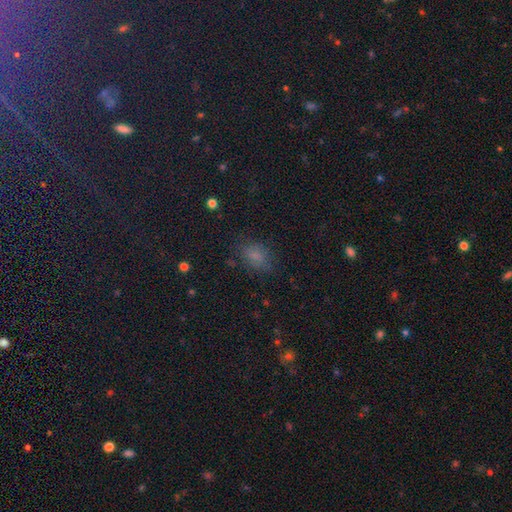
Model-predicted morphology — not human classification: Q: Smooth or featured?
A: smooth (71%); runner-up: star or artifact (20%)
Q: How rounded?
A: in between (76%); runner-up: round (22%)
Q: Merging?
A: none (74%); runner-up: minor disturbance (17%)